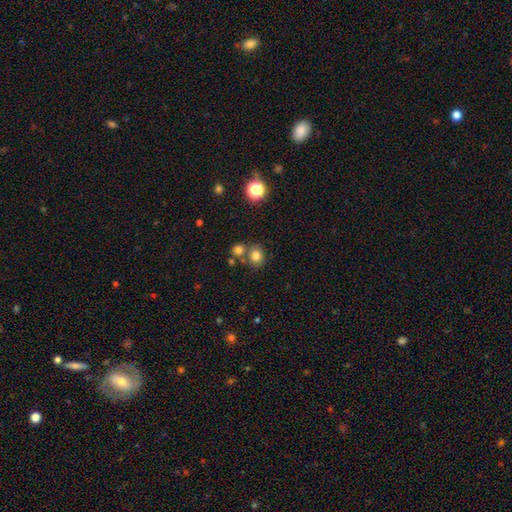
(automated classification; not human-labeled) smooth 78%, star or artifact 14%, featured or disk 7%. Down the decision tree: how rounded — round (80%); merging — none (66%).